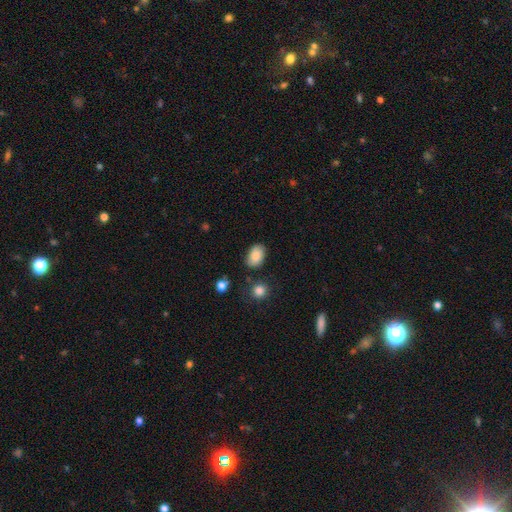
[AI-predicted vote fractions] smooth-or-featured: smooth: 82% | featured or disk: 10% | star or artifact: 8%
  how-rounded: in between: 87% | round: 12% | cigar-shaped: 1%
  merging: none: 76% | minor disturbance: 17% | major disturbance: 4% | merger: 3%